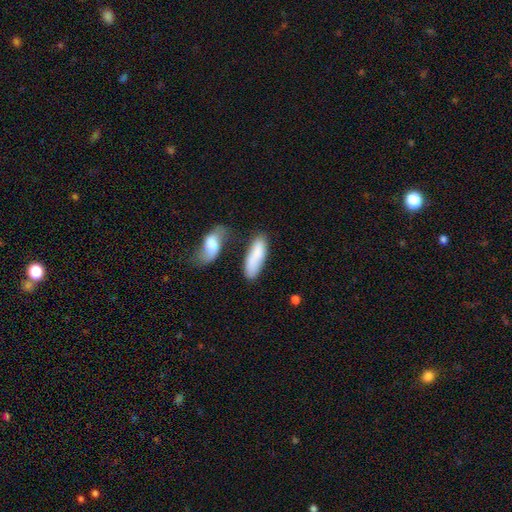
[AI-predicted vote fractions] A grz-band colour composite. It shows a smooth galaxy with no disk features (79%) that is in between round and cigar-shaped (60%). Merging: none (56%).